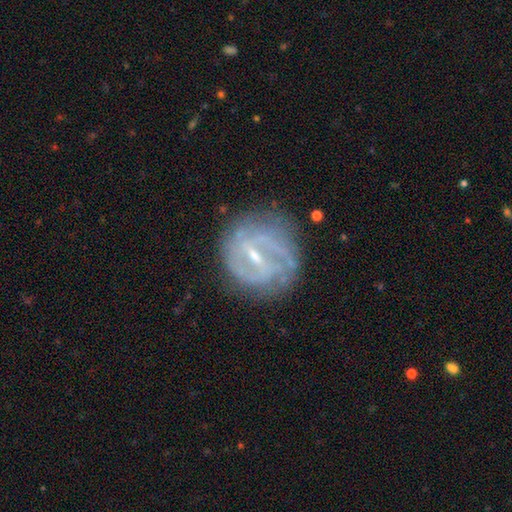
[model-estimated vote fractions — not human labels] A featured or disk galaxy (82%) with a strong bar (49%), 2 (47%) tight (47%) spiral arms (85%) and a small central bulge (69%).

Vote fractions:
- Smooth or featured? featured or disk: 82% / smooth: 11% / star or artifact: 7%
- Edge-on disk? no: 96% / yes: 4%
- Bar? strong: 49% / weak: 40% / no: 10%
- Spiral arms? yes: 85% / no: 15%
- Spiral winding? tight: 47% / medium: 37% / loose: 16%
- Spiral arm count? 2: 47% / can't tell: 29% / 3: 11% / 1: 6% / 4: 4% / more than 4: 3%
- Bulge size? small: 69% / moderate: 24% / none: 4% / large: 1% / dominant: 1%
- Merging? none: 73% / minor disturbance: 17% / major disturbance: 9% / merger: 2%